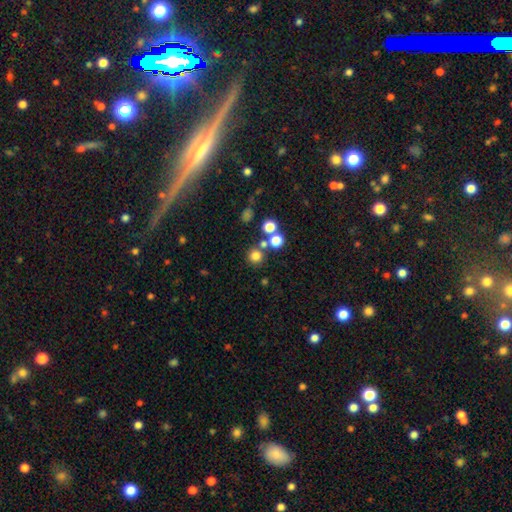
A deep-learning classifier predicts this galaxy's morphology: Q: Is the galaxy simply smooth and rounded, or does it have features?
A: smooth — 77%.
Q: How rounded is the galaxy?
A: round — 93%.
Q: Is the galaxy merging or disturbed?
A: none — 76%.